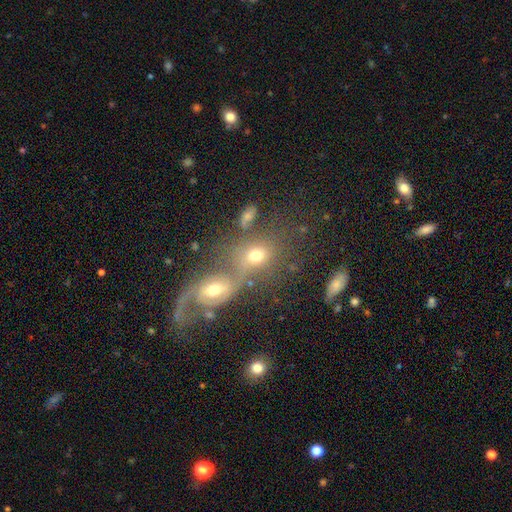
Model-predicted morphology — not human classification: The model was most divided on "how rounded": in between: 56%, round: 42%, cigar-shaped: 2%. More confident: smooth or featured — smooth (60%); merging — merger (51%).